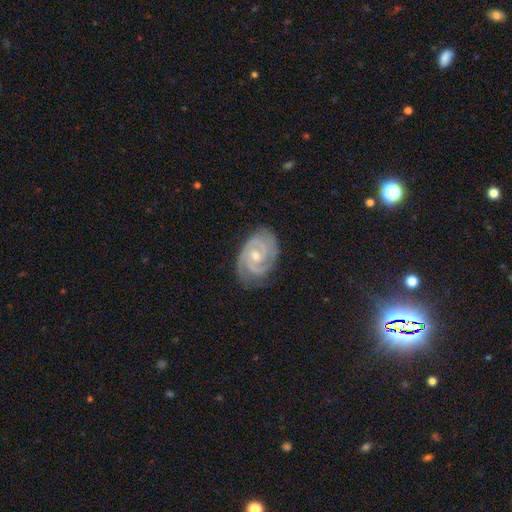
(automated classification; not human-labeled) This is clearly a featured or disk galaxy (91%). It is clearly not viewed edge-on (97%). Bar: possibly no (55%). Spiral arm pattern: clearly yes (98%). Spiral arm count: likely 2 (69%). Spiral winding: likely tight (67%). Central bulge: possibly small (51%). Merging: likely none (80%).